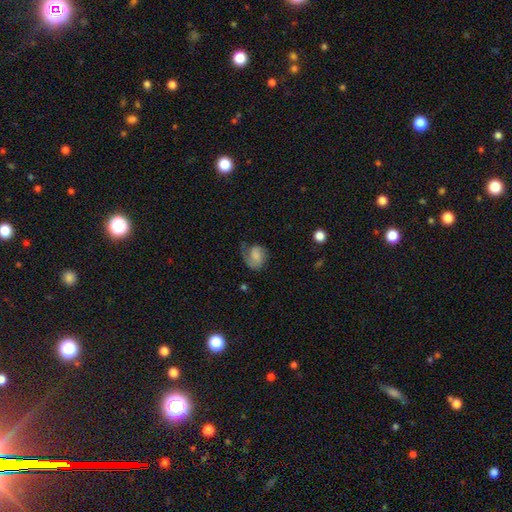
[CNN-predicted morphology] type=smooth (46%); merging=none (48%).